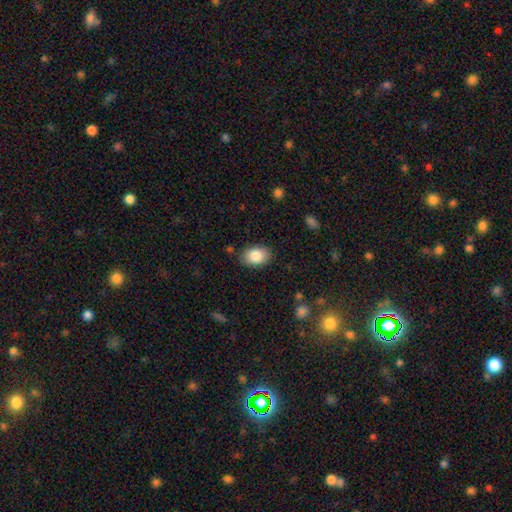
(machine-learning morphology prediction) Smooth or featured? smooth (85%)
How rounded? in between (80%)
Merging? none (85%)